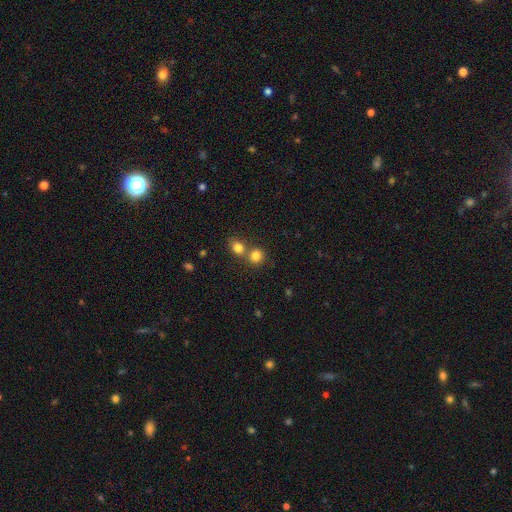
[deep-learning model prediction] smooth-or-featured: smooth: 81% | star or artifact: 12% | featured or disk: 7%
  how-rounded: round: 82% | in between: 17% | cigar-shaped: 1%
  merging: none: 51% | merger: 40% | minor disturbance: 6% | major disturbance: 3%